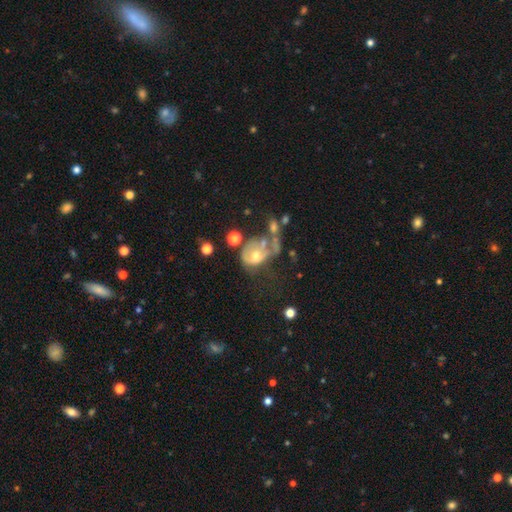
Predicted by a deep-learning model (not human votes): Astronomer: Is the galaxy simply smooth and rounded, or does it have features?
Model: featured or disk — 53% (runner-up: smooth, 36%).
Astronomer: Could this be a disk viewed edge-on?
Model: no — 96%.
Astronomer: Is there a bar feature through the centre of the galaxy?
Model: no — 81%.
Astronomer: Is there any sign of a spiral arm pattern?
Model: no — 63%.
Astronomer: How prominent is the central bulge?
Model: moderate — 63%.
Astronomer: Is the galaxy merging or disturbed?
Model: major disturbance — 40% (runner-up: merger, 28%).